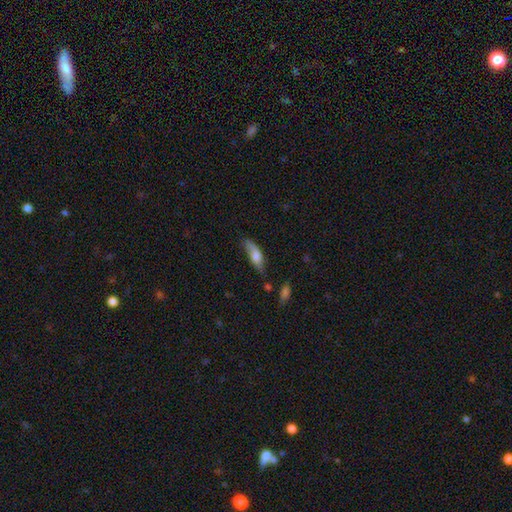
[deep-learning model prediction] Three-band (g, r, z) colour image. It shows a smooth galaxy with no disk features (64%) that is in between round and cigar-shaped (56%). Merging: none (52%).